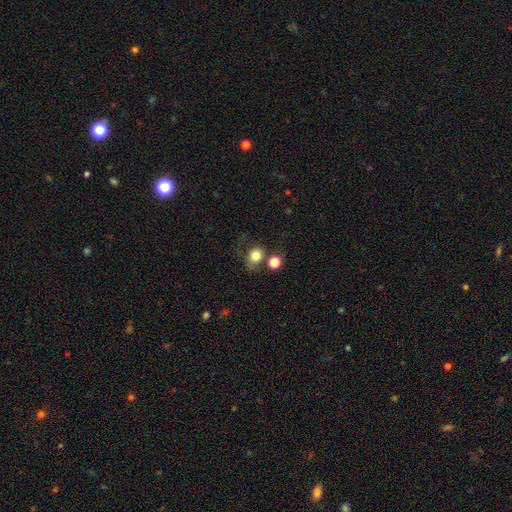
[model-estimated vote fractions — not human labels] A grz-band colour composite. It shows a smooth galaxy with no disk features (80%) that is round (71%). Merging: none (61%).